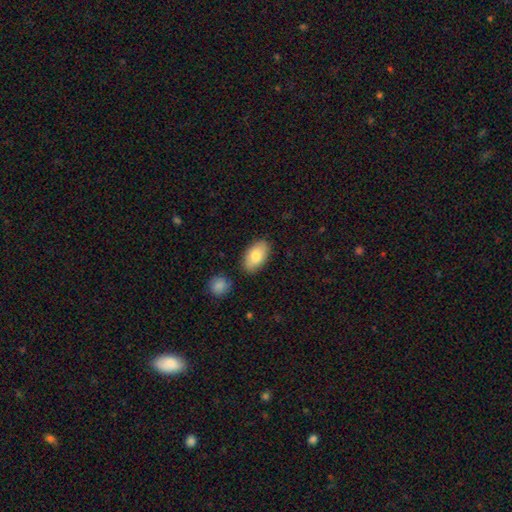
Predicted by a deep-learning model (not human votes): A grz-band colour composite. It shows a smooth galaxy with no disk features (80%) that is in between round and cigar-shaped (94%). Merging: none (82%).